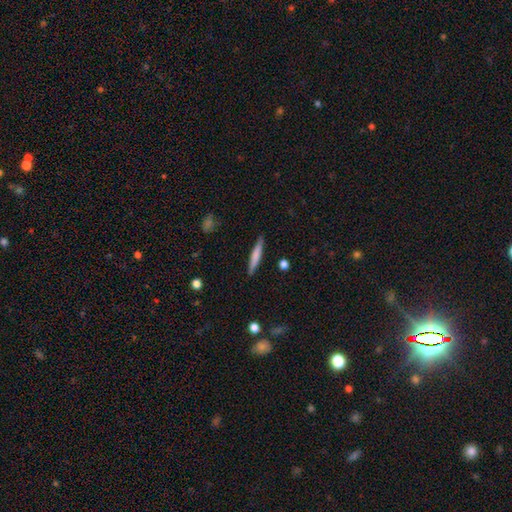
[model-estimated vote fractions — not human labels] Q: Smooth or featured?
A: smooth (64%); runner-up: featured or disk (30%)
Q: How rounded?
A: cigar-shaped (93%); runner-up: in between (5%)
Q: Merging?
A: none (89%); runner-up: minor disturbance (8%)